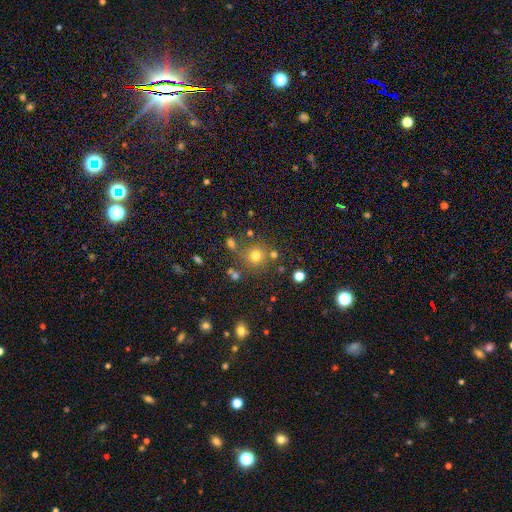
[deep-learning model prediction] Smooth or featured?
  - smooth: 73% *
  - star or artifact: 18%
  - featured or disk: 9%
How rounded?
  - round: 91% *
  - in between: 8%
  - cigar-shaped: 1%
Merging?
  - none: 74% *
  - merger: 11%
  - minor disturbance: 10%
  - major disturbance: 4%